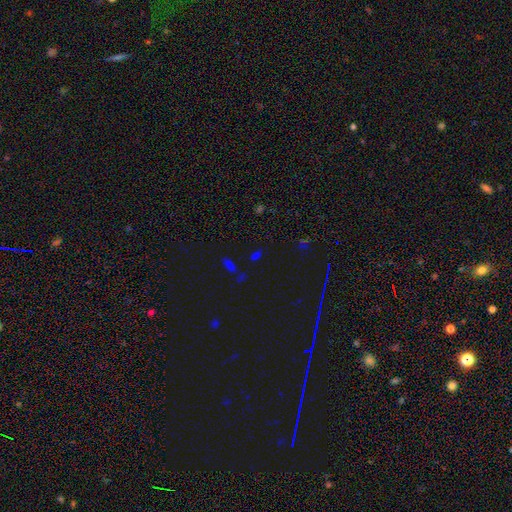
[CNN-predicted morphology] star or artifact 47%, smooth 44%, featured or disk 9%.